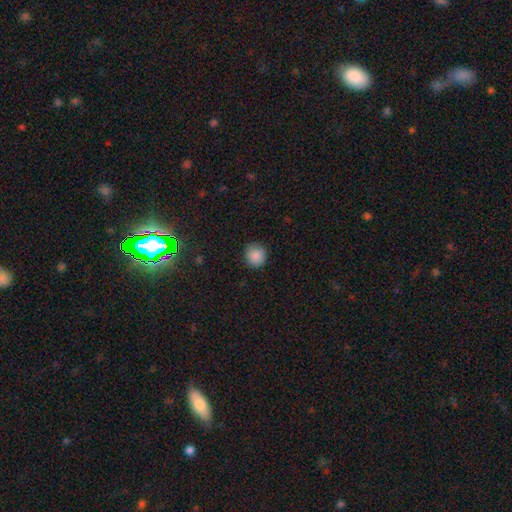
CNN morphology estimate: Smooth or featured? smooth (87%)
How rounded? round (90%)
Merging? none (86%)